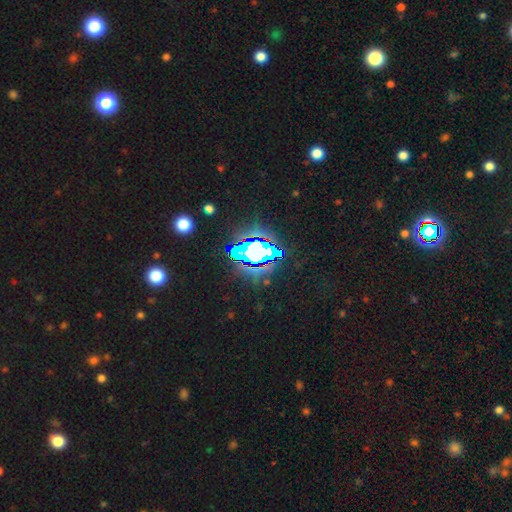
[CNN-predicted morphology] star or artifact 60%, smooth 23%, featured or disk 16%.